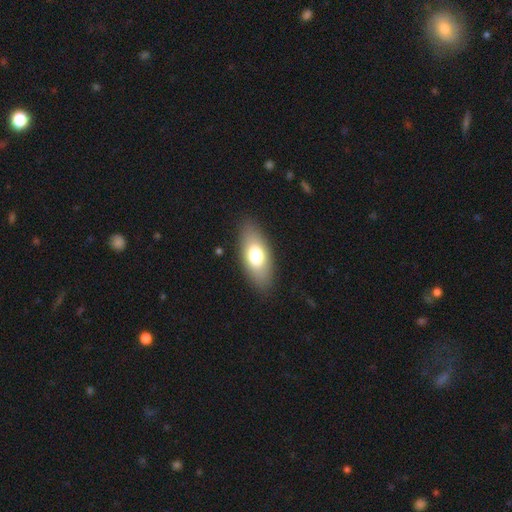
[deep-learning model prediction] A smooth galaxy with no disk features (71%) that is in between round and cigar-shaped (85%). Merging: none (86%).